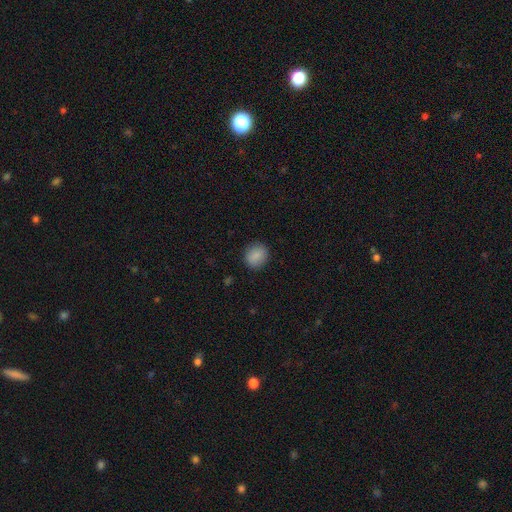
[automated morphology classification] This is clearly a smooth galaxy (88%). How rounded: likely round (70%). Merging: clearly none (88%).